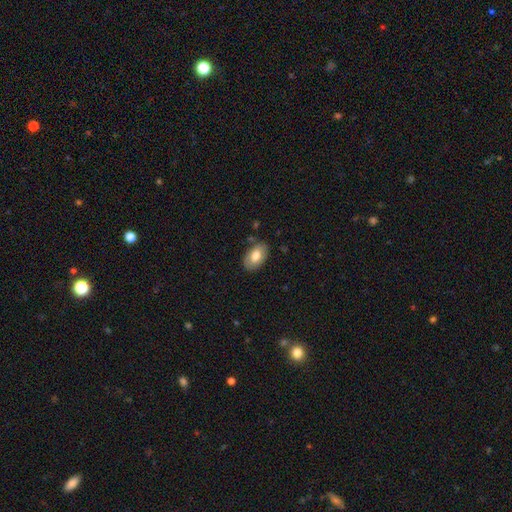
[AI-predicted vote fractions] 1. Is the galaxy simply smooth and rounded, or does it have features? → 73% smooth, 21% featured or disk, 6% star or artifact.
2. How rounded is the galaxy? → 92% in between, 7% round, 1% cigar-shaped.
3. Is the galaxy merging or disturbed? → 80% none, 14% minor disturbance, 3% major disturbance, 2% merger.